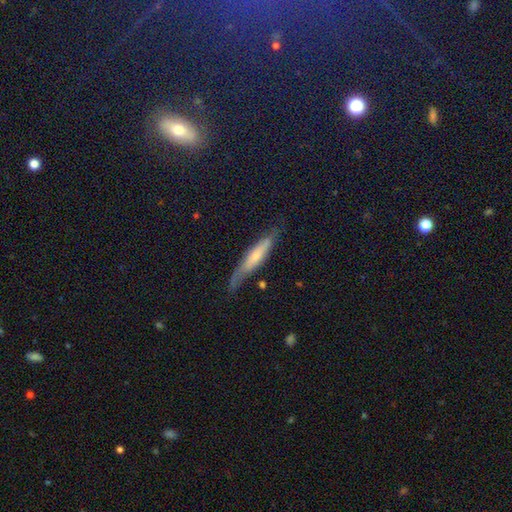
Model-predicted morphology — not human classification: Overall: smooth (53%; featured or disk 41%). How rounded: cigar-shaped (85%). Merging: none (65%; minor disturbance 25%).